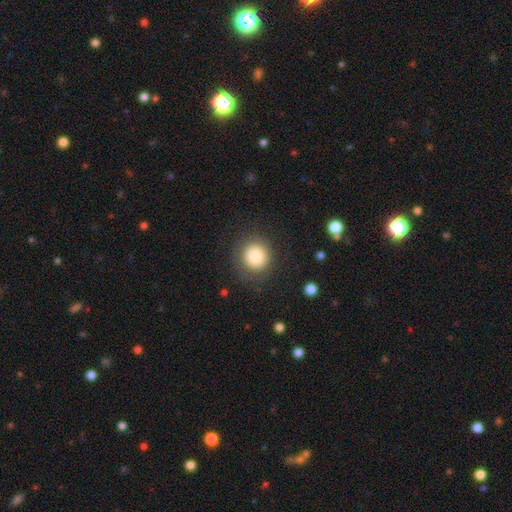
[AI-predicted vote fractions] Smooth or featured? Predicted: smooth (p=0.82). How rounded? Predicted: round (p=0.93). Merging? Predicted: none (p=0.84).